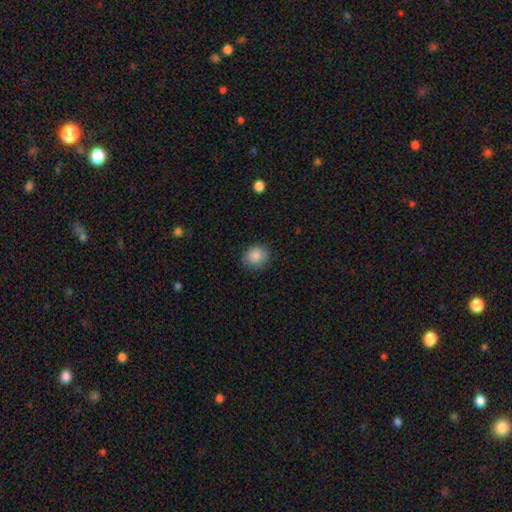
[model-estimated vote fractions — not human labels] A smooth galaxy with no disk features (87%) that is round (70%). Merging: none (84%).